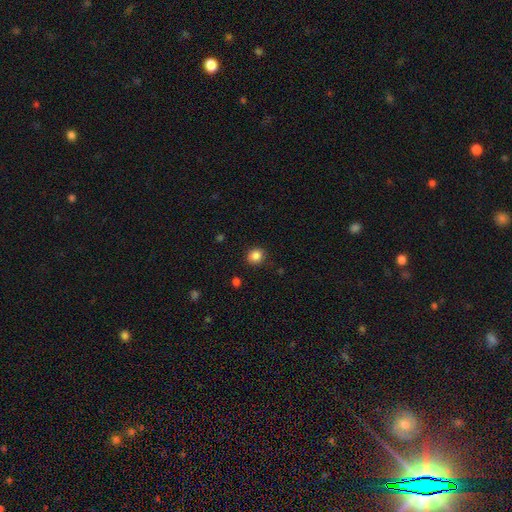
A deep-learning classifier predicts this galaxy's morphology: smooth-or-featured: smooth: 85% | star or artifact: 10% | featured or disk: 4%
  how-rounded: round: 81% | in between: 18% | cigar-shaped: 1%
  merging: none: 88% | minor disturbance: 9% | major disturbance: 2% | merger: 1%